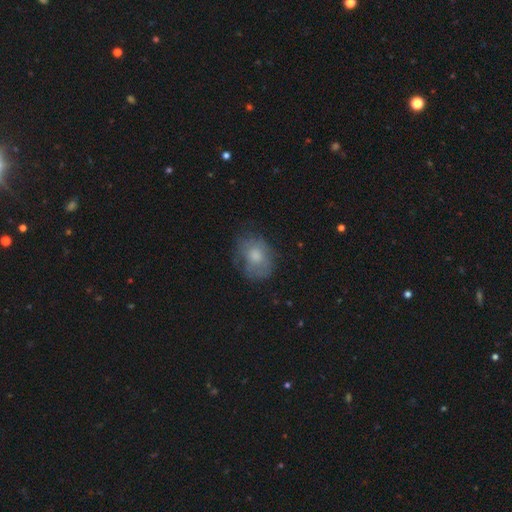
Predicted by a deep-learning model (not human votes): smooth 61%, featured or disk 30%, star or artifact 9%. Down the decision tree: how rounded — in between (55%); merging — none (59%).